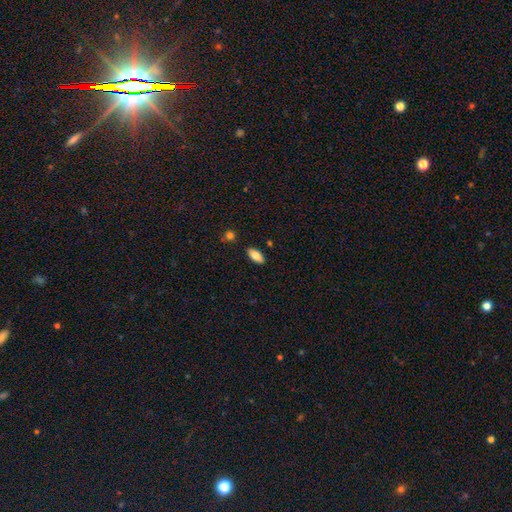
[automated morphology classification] Smooth or featured? smooth (80%)
How rounded? in between (88%)
Merging? none (86%)